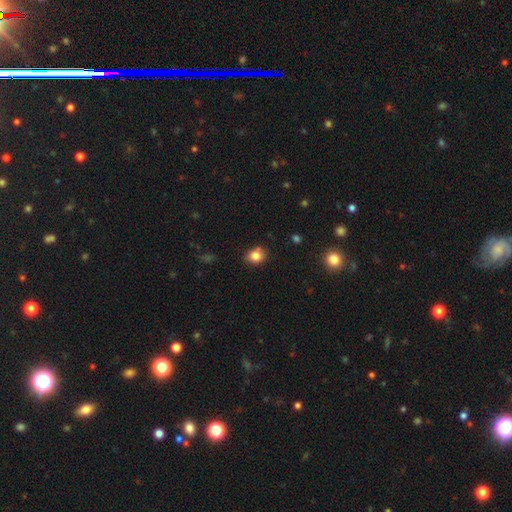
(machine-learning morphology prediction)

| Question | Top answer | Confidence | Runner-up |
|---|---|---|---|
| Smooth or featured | smooth | 83% | star or artifact (11%) |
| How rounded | round | 56% | in between (43%) |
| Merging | none | 77% | minor disturbance (16%) |